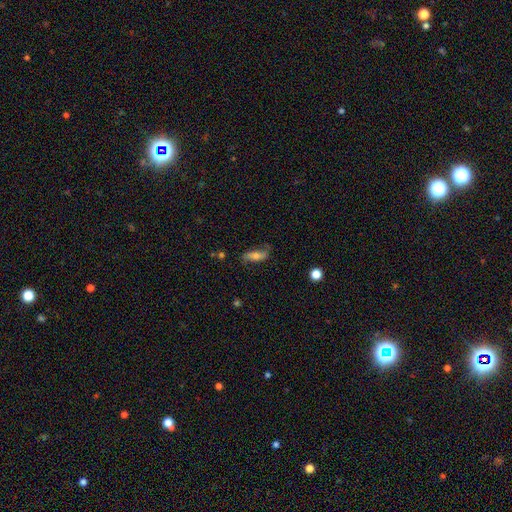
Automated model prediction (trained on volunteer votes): A featured or disk galaxy (46%, tied with smooth). Merging: none (71%).